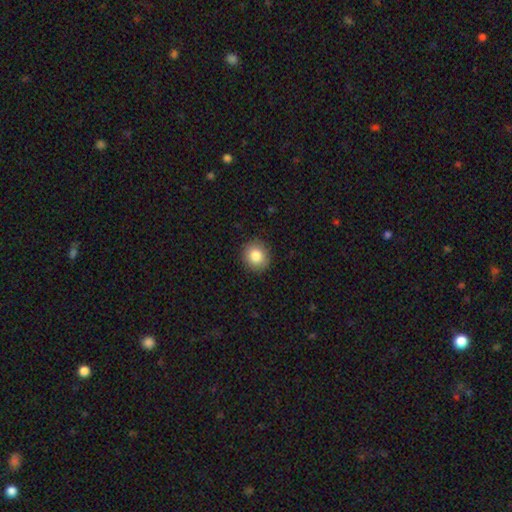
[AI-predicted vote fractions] The model was most divided on "how rounded": round: 85%, in between: 14%, cigar-shaped: 1%. More confident: merging — none (91%); smooth or featured — smooth (84%).